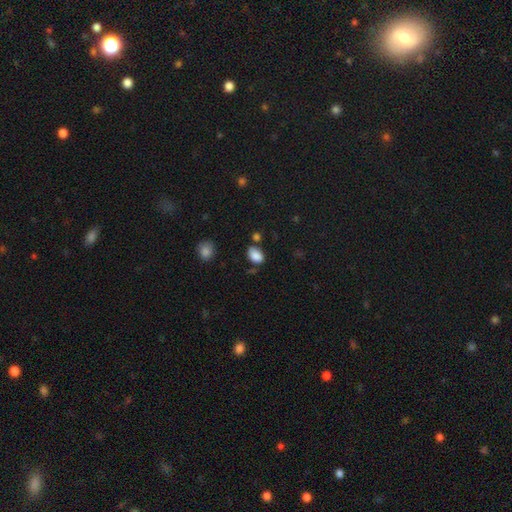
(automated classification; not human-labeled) Smooth or featured? smooth (86%)
How rounded? in between (85%)
Merging? none (68%)